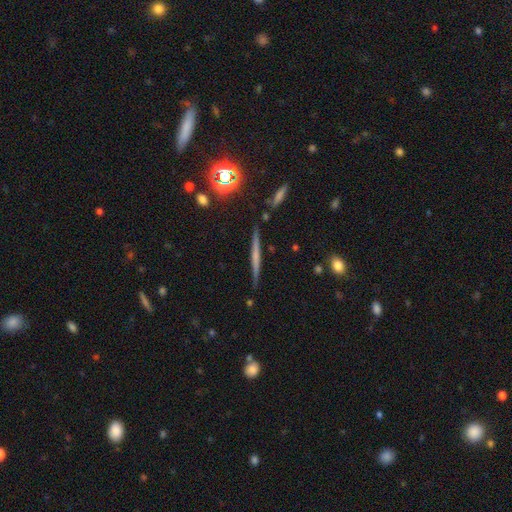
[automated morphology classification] Smooth or featured? Predicted: featured or disk (p=0.50). Edge-on disk? Predicted: yes (p=0.96). Merging? Predicted: none (p=0.87).